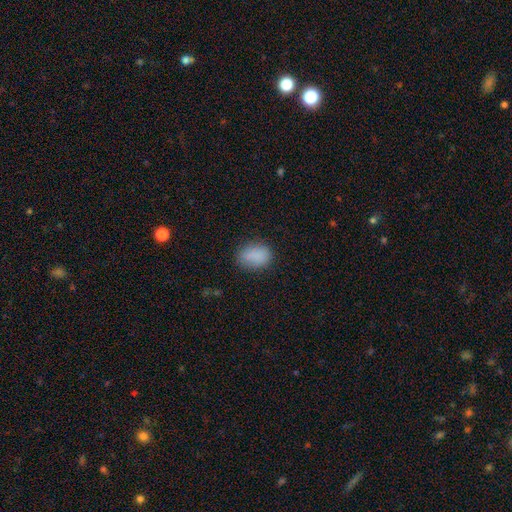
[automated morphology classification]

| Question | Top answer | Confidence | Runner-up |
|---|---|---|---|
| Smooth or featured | smooth | 85% | star or artifact (9%) |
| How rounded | in between | 64% | round (34%) |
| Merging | none | 79% | minor disturbance (16%) |